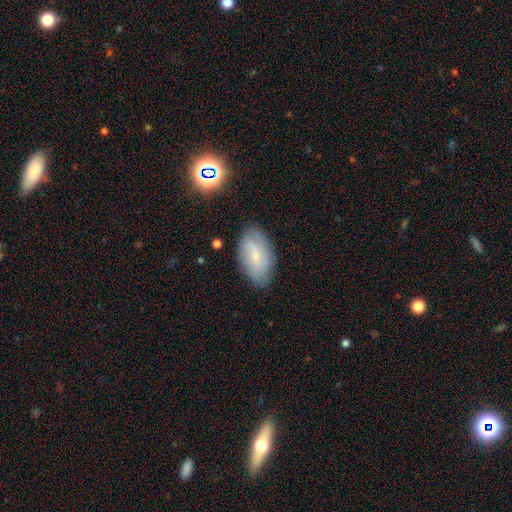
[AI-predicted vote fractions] Smooth or featured: smooth — 49% (featured or disk — 41%)
Merging: none — 76% (minor disturbance — 18%)